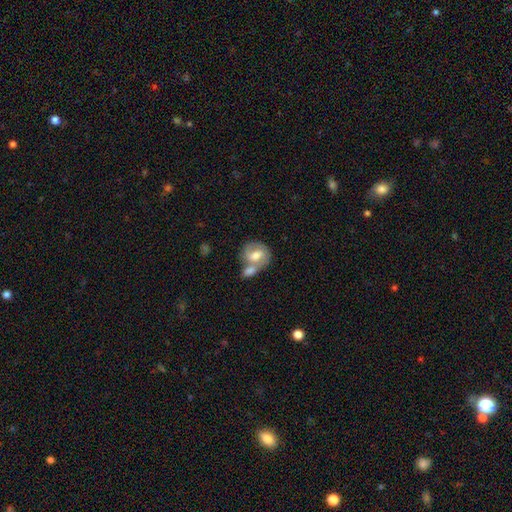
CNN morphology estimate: featured or disk 49%, smooth 45%, star or artifact 6%. Down the decision tree: merging — merger (53%).